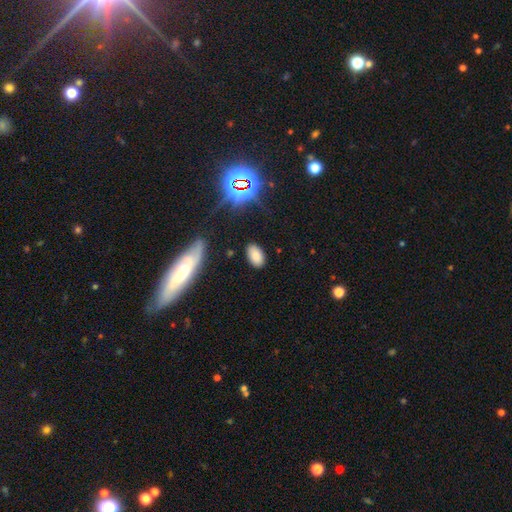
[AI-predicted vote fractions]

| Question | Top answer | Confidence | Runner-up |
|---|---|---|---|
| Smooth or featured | smooth | 77% | star or artifact (14%) |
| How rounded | in between | 94% | round (4%) |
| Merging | none | 84% | minor disturbance (11%) |